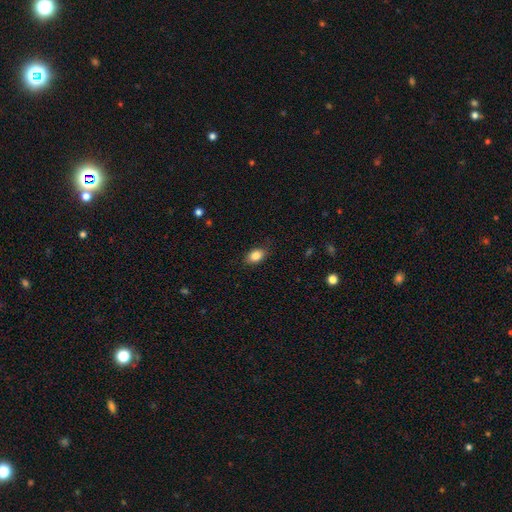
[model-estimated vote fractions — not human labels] A smooth galaxy with no disk features (85%) that is in between round and cigar-shaped (83%).

Vote fractions:
- Smooth or featured? smooth: 85% / star or artifact: 8% / featured or disk: 7%
- How rounded? in between: 83% / round: 15% / cigar-shaped: 2%
- Merging? none: 83% / minor disturbance: 13% / major disturbance: 3% / merger: 1%